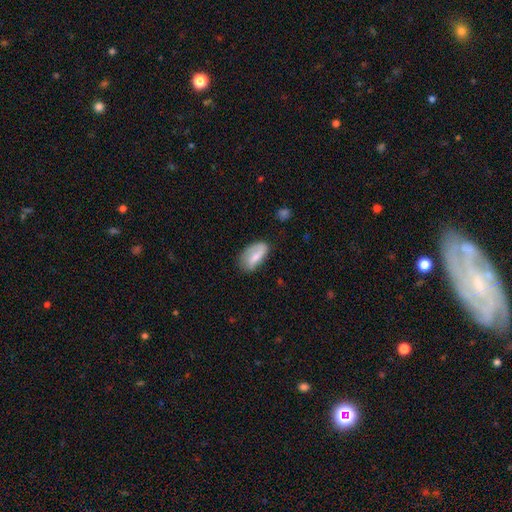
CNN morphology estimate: Q: Smooth or featured?
A: smooth (64%); runner-up: featured or disk (29%)
Q: How rounded?
A: in between (89%); runner-up: cigar-shaped (7%)
Q: Merging?
A: none (62%); runner-up: minor disturbance (27%)